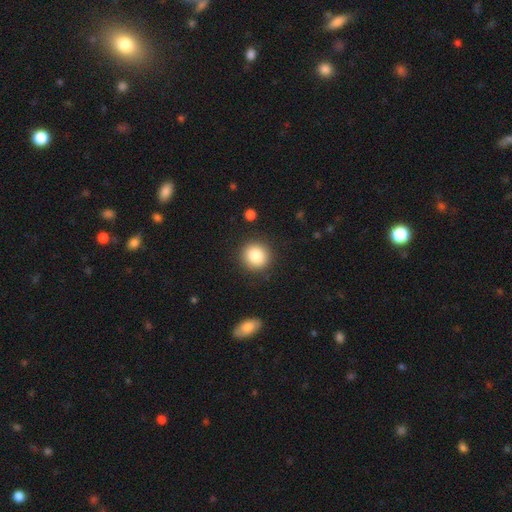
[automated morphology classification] Smooth or featured? Predicted: smooth (p=0.84). How rounded? Predicted: round (p=0.91). Merging? Predicted: none (p=0.90).